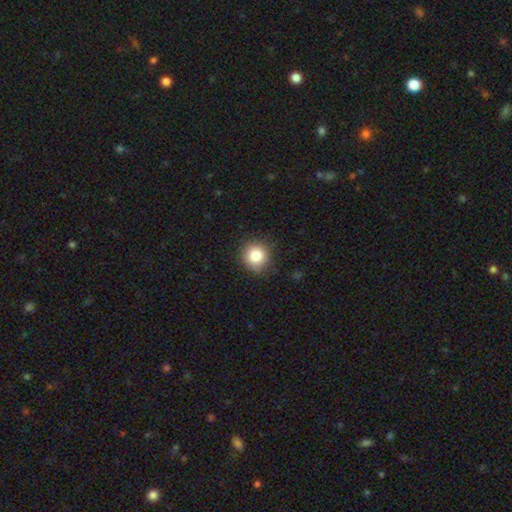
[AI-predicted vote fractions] Smooth or featured? smooth (83%)
How rounded? round (91%)
Merging? none (85%)